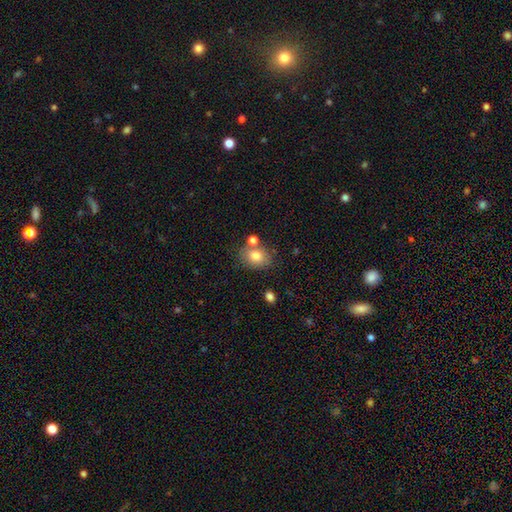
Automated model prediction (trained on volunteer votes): This is likely a smooth galaxy (80%). How rounded: possibly in between (57%). Merging: likely none (67%).